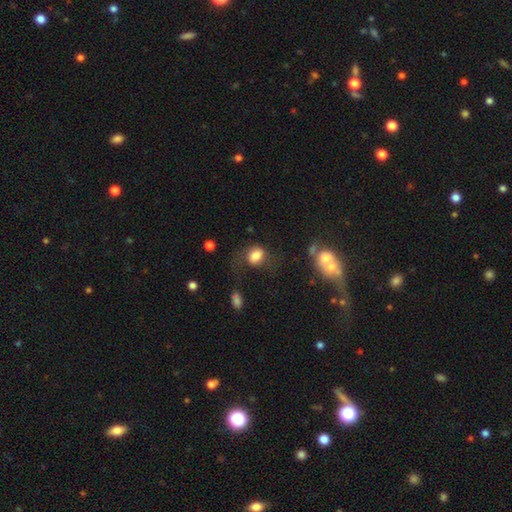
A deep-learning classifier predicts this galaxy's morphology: Smooth or featured? Predicted: smooth (p=0.77). How rounded? Predicted: in between (p=0.60). Merging? Predicted: none (p=0.47).